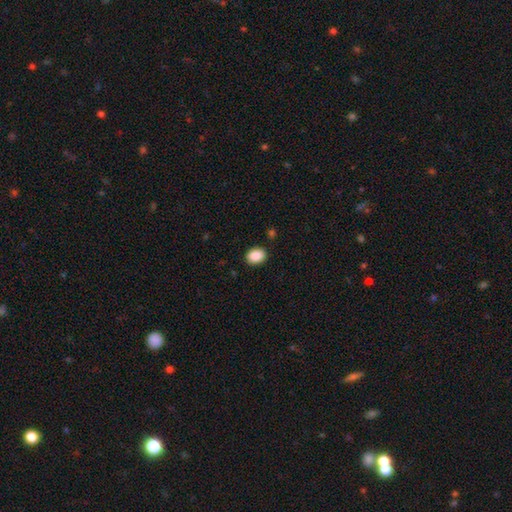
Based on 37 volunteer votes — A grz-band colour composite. It shows a smooth galaxy with no disk features (89%) that is round (55%). Merging: none (97%).